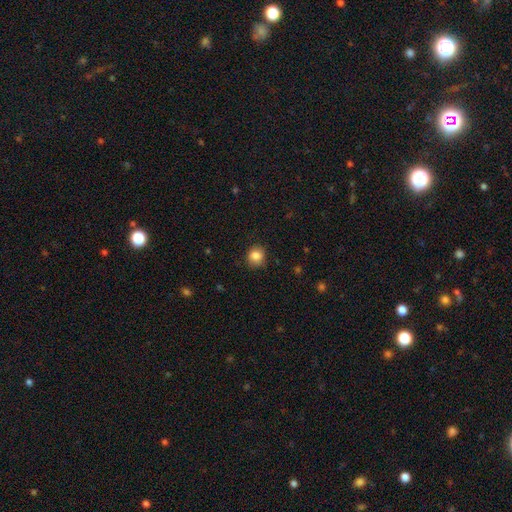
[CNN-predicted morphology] smooth-or-featured: smooth: 85% | star or artifact: 10% | featured or disk: 5%
  how-rounded: round: 83% | in between: 16% | cigar-shaped: 1%
  merging: none: 86% | minor disturbance: 11% | major disturbance: 2% | merger: 1%